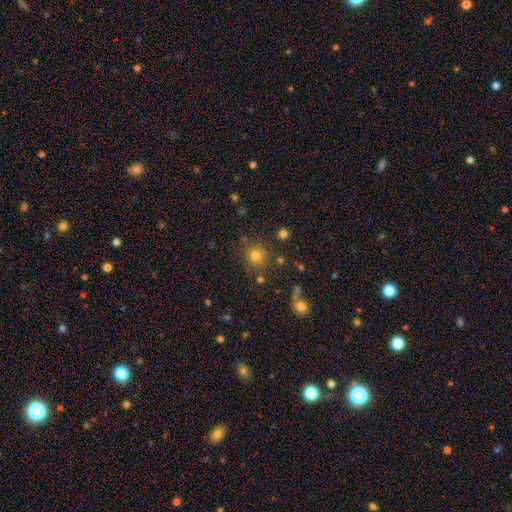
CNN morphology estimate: smooth 76%, star or artifact 16%, featured or disk 8%. Down the decision tree: how rounded — round (91%); merging — none (80%).